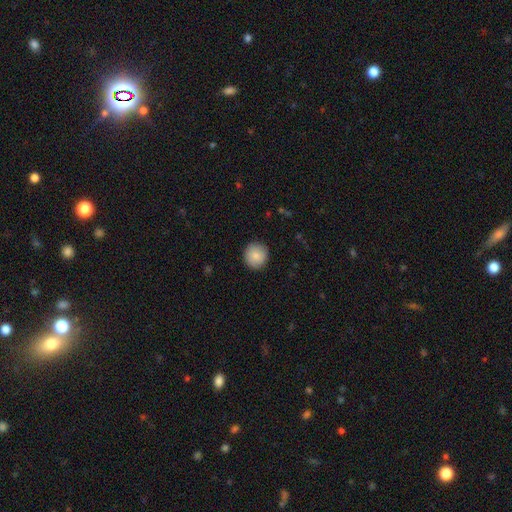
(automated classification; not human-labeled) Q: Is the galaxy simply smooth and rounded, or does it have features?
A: smooth — 86%.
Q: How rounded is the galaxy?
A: round — 93%.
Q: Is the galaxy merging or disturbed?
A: none — 90%.